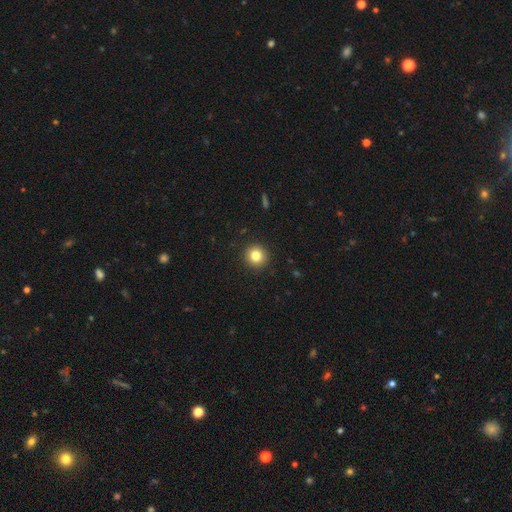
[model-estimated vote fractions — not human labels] Q: Smooth or featured?
A: smooth (81%); runner-up: star or artifact (11%)
Q: How rounded?
A: round (95%); runner-up: in between (4%)
Q: Merging?
A: none (93%); runner-up: minor disturbance (5%)